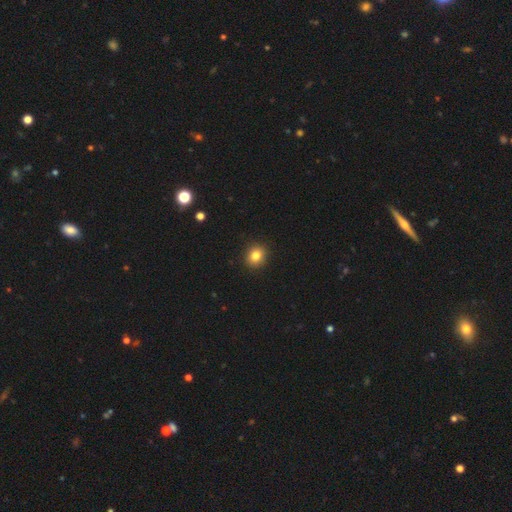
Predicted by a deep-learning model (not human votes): Smooth or featured? Predicted: smooth (p=0.83). How rounded? Predicted: round (p=0.75). Merging? Predicted: none (p=0.92).